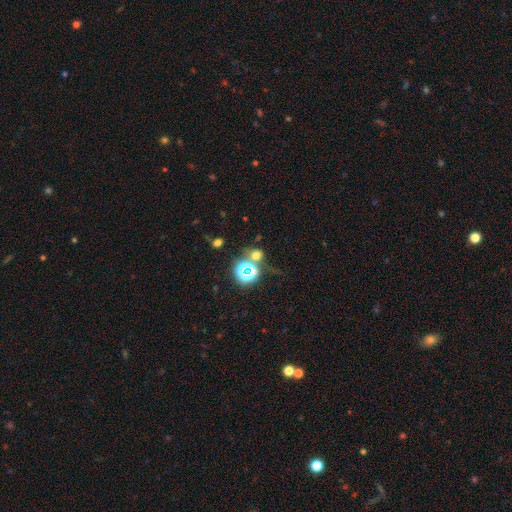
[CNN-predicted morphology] smooth_or_featured: smooth (p=0.49) [alt: star or artifact p=0.42]
merging: none (p=0.65) [alt: merger p=0.18]